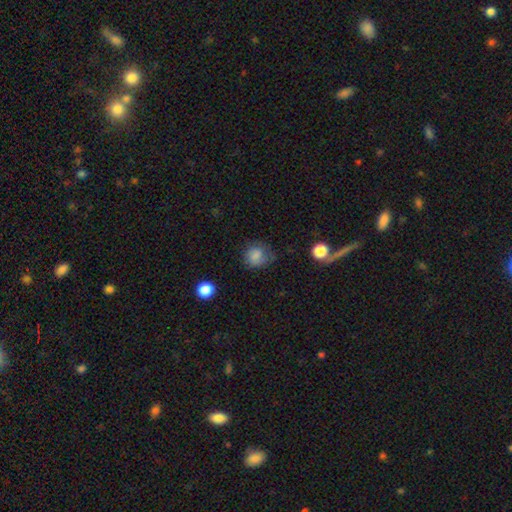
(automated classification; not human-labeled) smooth 79%, featured or disk 11%, star or artifact 10%. Down the decision tree: how rounded — round (74%); merging — none (58%).